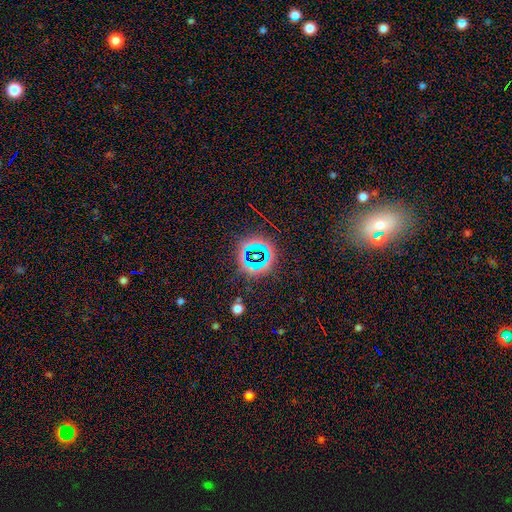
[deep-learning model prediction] Morphology: type=star or artifact (75%).